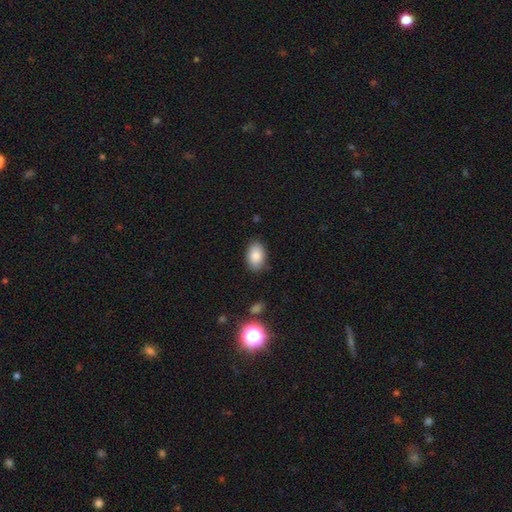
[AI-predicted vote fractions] Smooth or featured?
  - smooth: 85% *
  - star or artifact: 8%
  - featured or disk: 7%
How rounded?
  - in between: 88% *
  - round: 11%
  - cigar-shaped: 1%
Merging?
  - none: 84% *
  - minor disturbance: 12%
  - major disturbance: 3%
  - merger: 1%